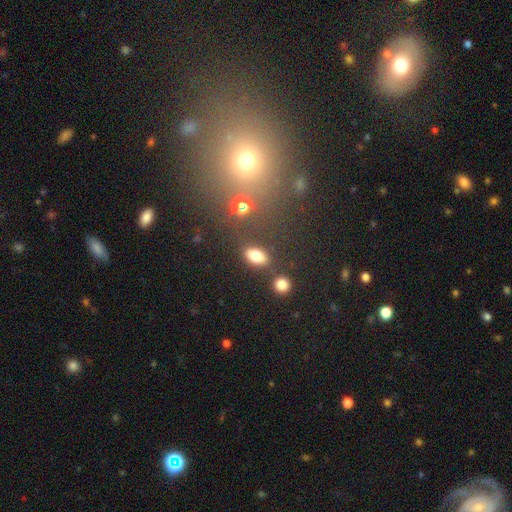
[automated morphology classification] Q: Smooth or featured?
A: smooth (80%); runner-up: star or artifact (11%)
Q: How rounded?
A: in between (87%); runner-up: round (10%)
Q: Merging?
A: none (77%); runner-up: minor disturbance (12%)